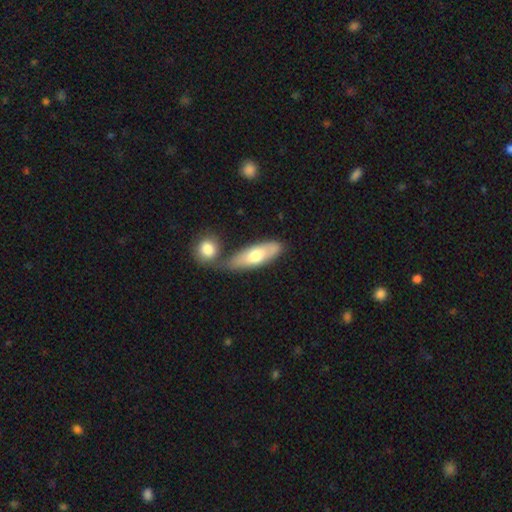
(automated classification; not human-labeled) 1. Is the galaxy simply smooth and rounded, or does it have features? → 64% smooth, 30% featured or disk, 5% star or artifact.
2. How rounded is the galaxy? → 63% in between, 34% cigar-shaped, 3% round.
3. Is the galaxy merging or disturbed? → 53% none, 27% merger, 15% minor disturbance, 4% major disturbance.